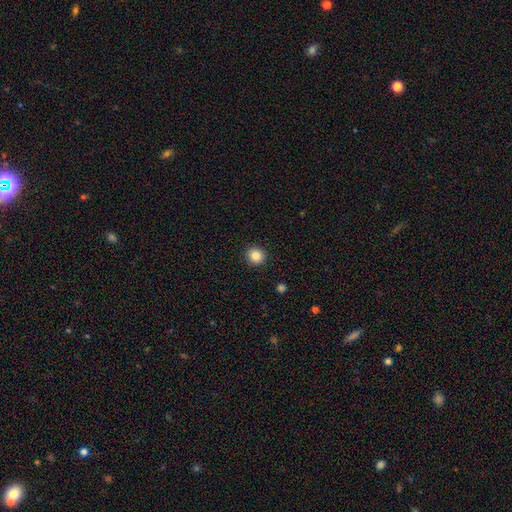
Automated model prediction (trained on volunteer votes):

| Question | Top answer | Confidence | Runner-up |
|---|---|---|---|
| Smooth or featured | smooth | 86% | star or artifact (10%) |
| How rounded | round | 91% | in between (8%) |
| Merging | none | 92% | minor disturbance (5%) |